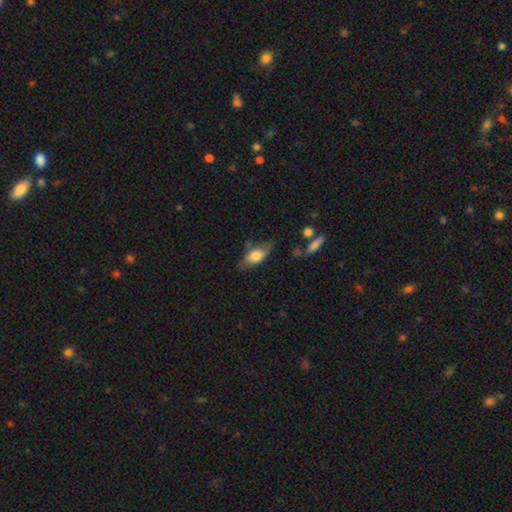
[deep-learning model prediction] Morphology: type=smooth (66%); roundness=in between (81%); merging=none (60%).